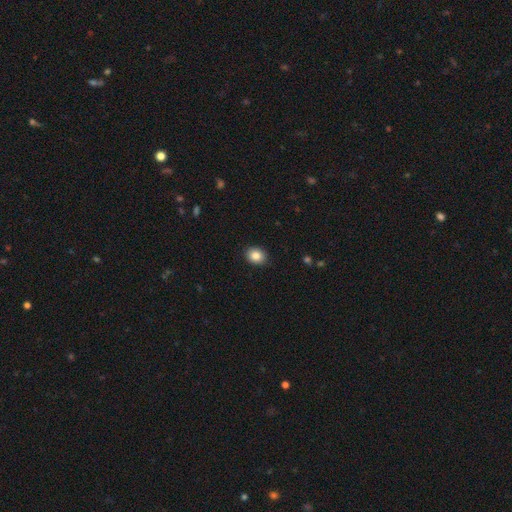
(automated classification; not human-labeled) smooth_or_featured: smooth (p=0.85) [alt: star or artifact p=0.09]
how_rounded: round (p=0.54) [alt: in between p=0.46]
merging: none (p=0.90) [alt: minor disturbance p=0.08]